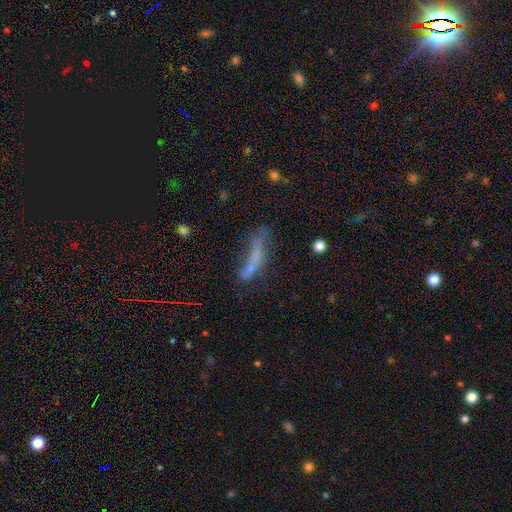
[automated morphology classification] A smooth galaxy with no disk features (52%) that is cigar-shaped (74%).

Vote fractions:
- Smooth or featured? smooth: 52% / featured or disk: 33% / star or artifact: 14%
- How rounded? cigar-shaped: 74% / in between: 23% / round: 3%
- Merging? none: 35% / major disturbance: 28% / minor disturbance: 24% / merger: 14%